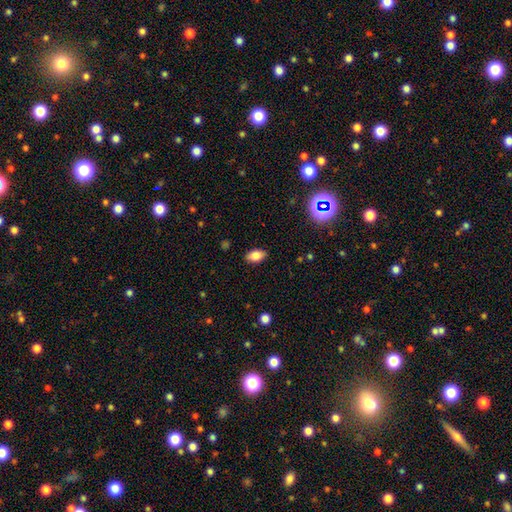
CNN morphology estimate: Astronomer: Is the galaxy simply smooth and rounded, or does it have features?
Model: smooth — 81%.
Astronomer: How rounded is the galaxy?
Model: in between — 90%.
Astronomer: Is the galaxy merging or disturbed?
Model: none — 88%.